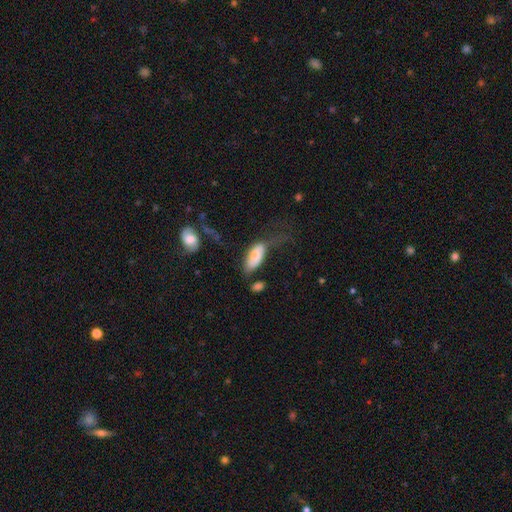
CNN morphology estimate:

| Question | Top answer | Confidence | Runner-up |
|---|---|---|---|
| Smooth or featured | smooth | 68% | featured or disk (25%) |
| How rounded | in between | 85% | cigar-shaped (12%) |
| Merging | none | 30% | tied: major disturbance (30%) |